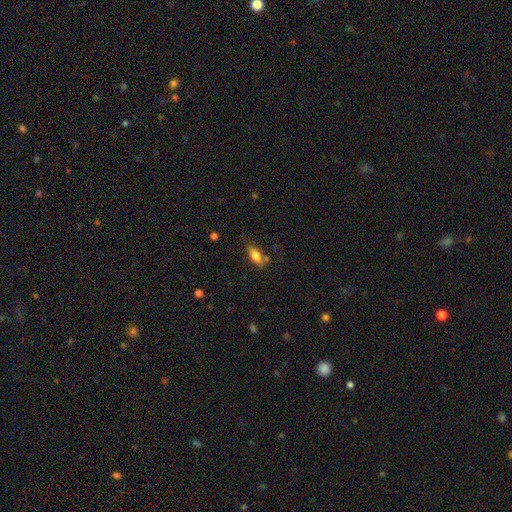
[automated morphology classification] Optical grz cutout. It shows a smooth galaxy with no disk features (74%) that is in between round and cigar-shaped (79%). Merging: none (67%).